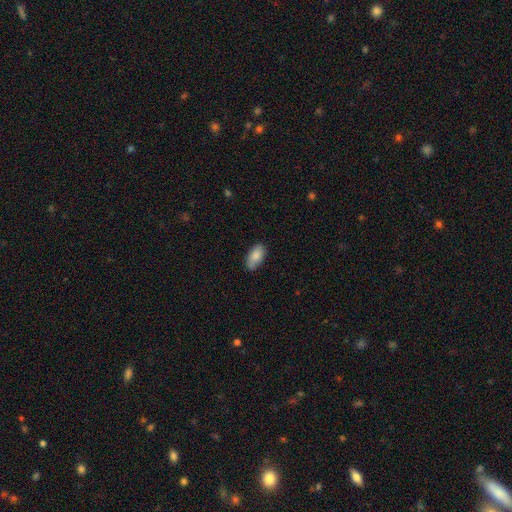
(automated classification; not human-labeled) Smooth or featured? smooth (85%)
How rounded? in between (92%)
Merging? none (79%)